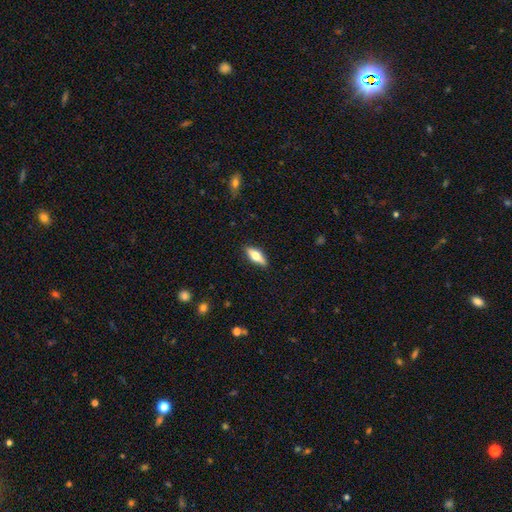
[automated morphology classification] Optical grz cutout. It shows a smooth galaxy with no disk features (48%). Merging: none (88%).